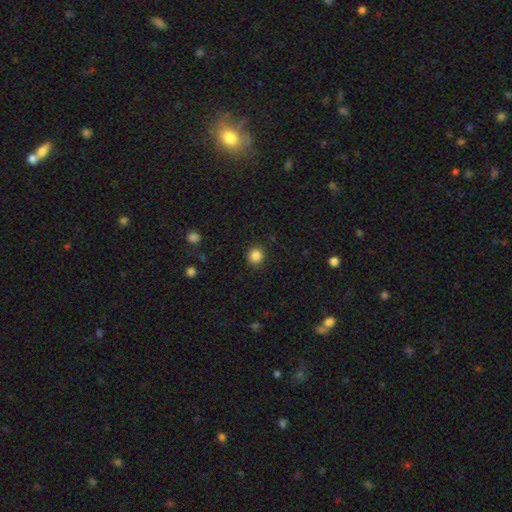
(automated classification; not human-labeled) Smooth or featured? Predicted: smooth (p=0.86). How rounded? Predicted: round (p=0.88). Merging? Predicted: none (p=0.89).